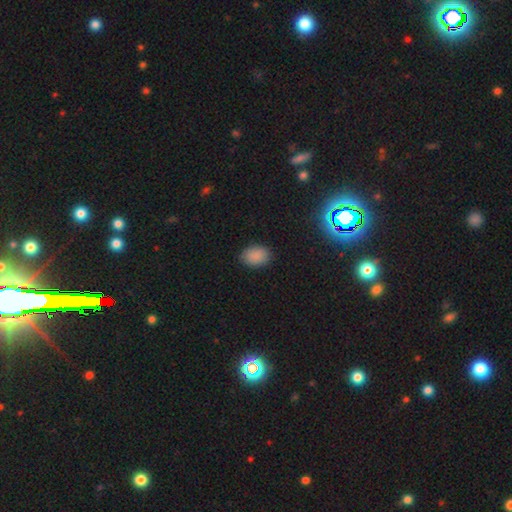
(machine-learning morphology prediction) The model was most divided on "how rounded": in between: 79%, round: 20%, cigar-shaped: 1%. More confident: smooth or featured — smooth (87%); merging — none (84%).